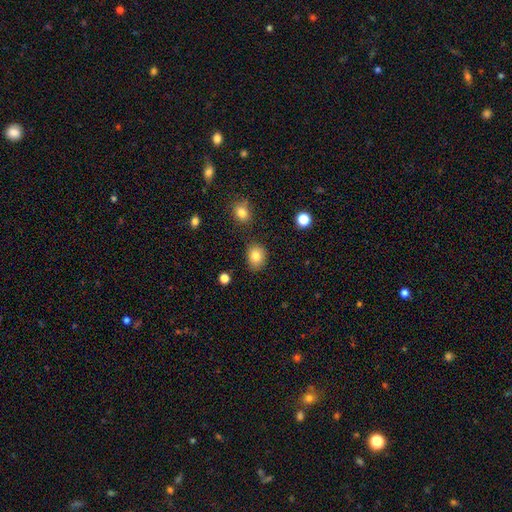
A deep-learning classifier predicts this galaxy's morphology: Smooth or featured?
  - smooth: 83% *
  - star or artifact: 10%
  - featured or disk: 7%
How rounded?
  - round: 52% *
  - in between: 47%
  - cigar-shaped: 1%
Merging?
  - none: 80% *
  - minor disturbance: 13%
  - merger: 4%
  - major disturbance: 3%